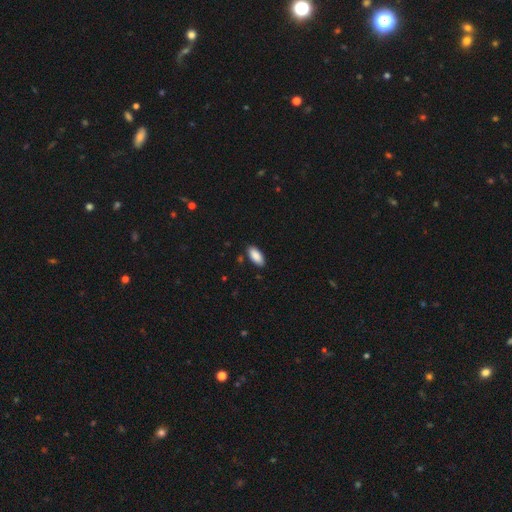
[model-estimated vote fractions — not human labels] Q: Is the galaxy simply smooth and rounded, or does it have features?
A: smooth — 90%.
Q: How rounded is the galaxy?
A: in between — 91%.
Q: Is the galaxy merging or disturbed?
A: none — 86%.